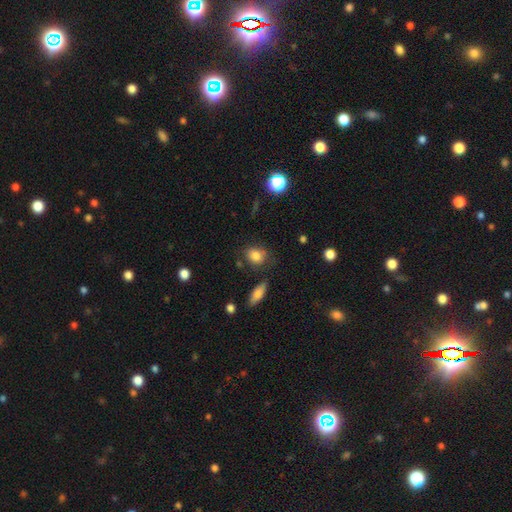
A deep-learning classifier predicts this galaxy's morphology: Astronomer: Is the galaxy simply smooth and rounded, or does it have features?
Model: smooth — 83%.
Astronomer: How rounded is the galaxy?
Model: round — 50% (runner-up: in between, 48%).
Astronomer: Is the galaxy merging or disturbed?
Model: none — 71%.